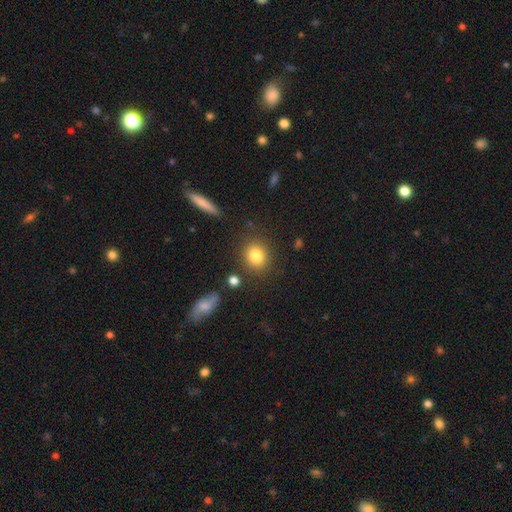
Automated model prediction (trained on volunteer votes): smooth-or-featured: smooth: 83% | star or artifact: 10% | featured or disk: 7%
  how-rounded: round: 71% | in between: 28% | cigar-shaped: 1%
  merging: none: 83% | minor disturbance: 9% | merger: 4% | major disturbance: 4%